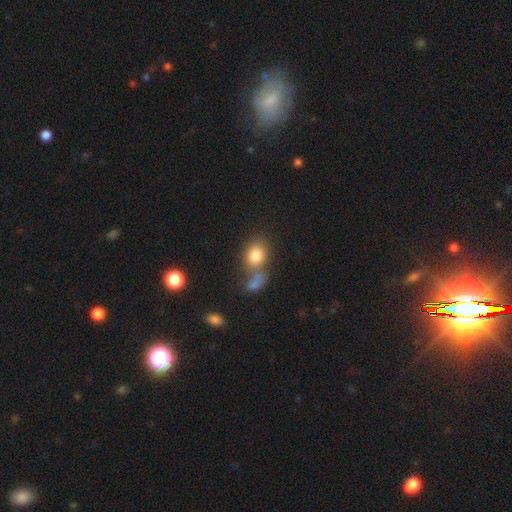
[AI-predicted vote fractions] A smooth galaxy with no disk features (82%) that is round (55%).

Vote fractions:
- Smooth or featured? smooth: 82% / star or artifact: 10% / featured or disk: 9%
- How rounded? round: 55% / in between: 44% / cigar-shaped: 1%
- Merging? none: 45% / merger: 36% / minor disturbance: 12% / major disturbance: 7%